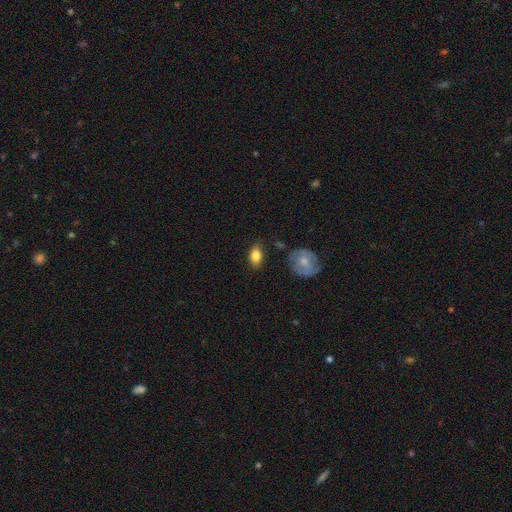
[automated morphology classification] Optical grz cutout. It shows a smooth galaxy with no disk features (81%) that is in between round and cigar-shaped (85%). Merging: none (80%).